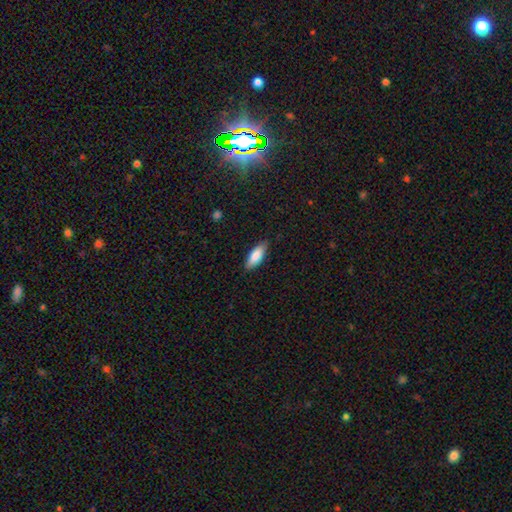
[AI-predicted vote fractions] smooth 84%, featured or disk 10%, star or artifact 6%. Down the decision tree: how rounded — in between (74%); merging — none (85%).